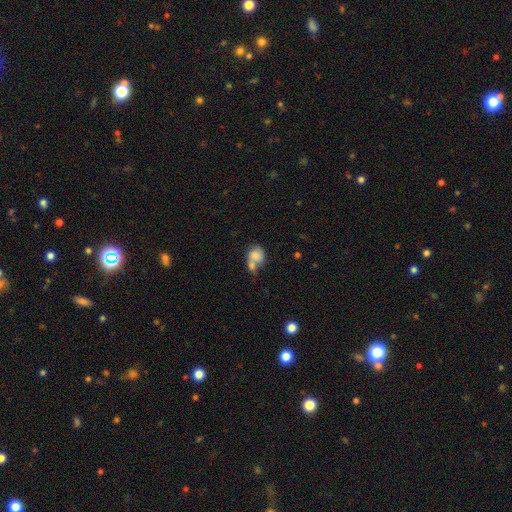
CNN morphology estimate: smooth_or_featured: smooth (p=0.71) [alt: featured or disk p=0.20]
how_rounded: round (p=0.55) [alt: in between p=0.44]
merging: merger (p=0.57) [alt: none p=0.23]